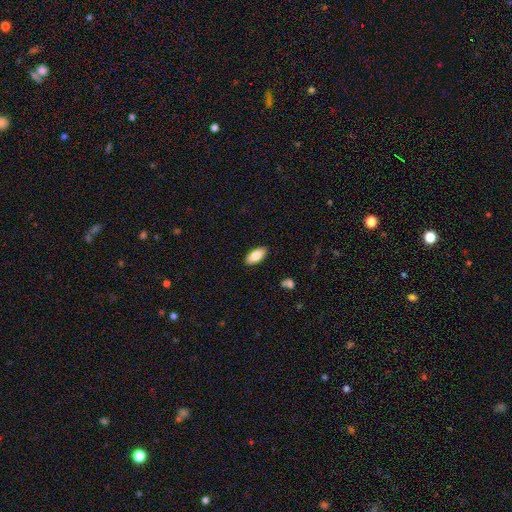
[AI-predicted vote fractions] Smooth or featured?
  - smooth: 84% *
  - featured or disk: 10%
  - star or artifact: 6%
How rounded?
  - in between: 91% *
  - cigar-shaped: 7%
  - round: 2%
Merging?
  - none: 89% *
  - minor disturbance: 8%
  - major disturbance: 2%
  - merger: 1%